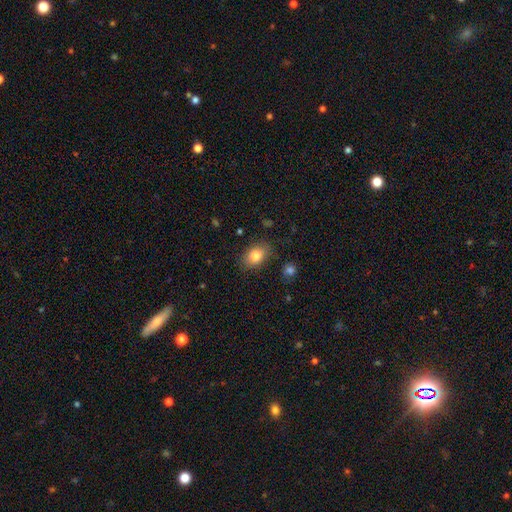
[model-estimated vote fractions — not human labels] This appears to be a smooth galaxy with no disk features (83%) that is in between round and cigar-shaped (79%). Merging: none (81%).